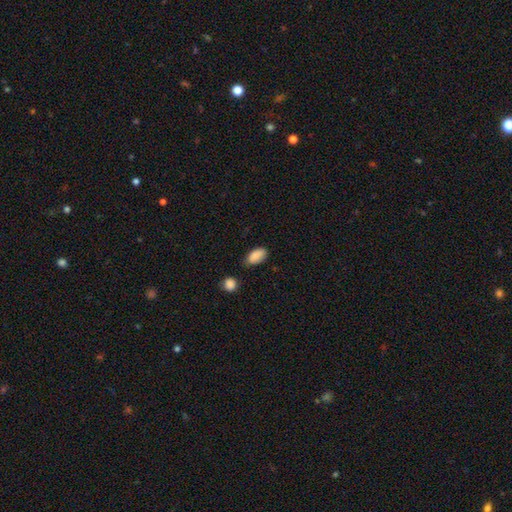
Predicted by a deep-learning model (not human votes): smooth 87%, star or artifact 8%, featured or disk 5%. Down the decision tree: how rounded — in between (93%); merging — none (69%).